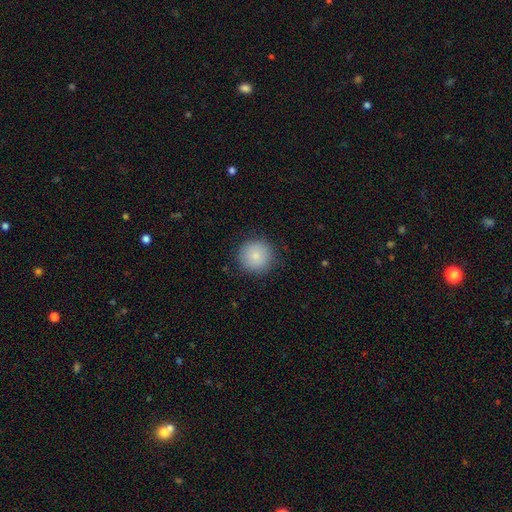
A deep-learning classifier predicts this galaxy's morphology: Smooth or featured? Predicted: smooth (p=0.84). How rounded? Predicted: round (p=0.95). Merging? Predicted: none (p=0.88).